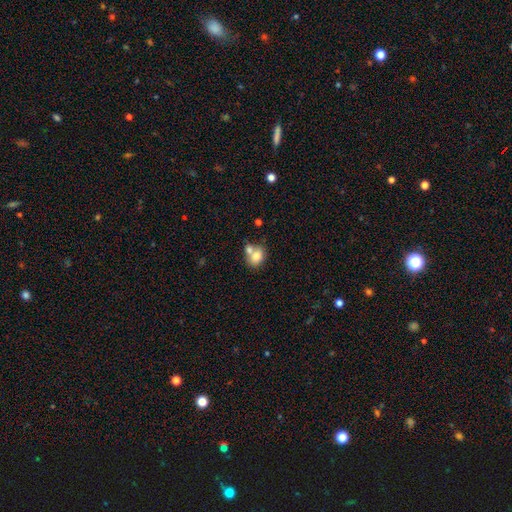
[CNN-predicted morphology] smooth-or-featured: smooth: 76% | featured or disk: 15% | star or artifact: 9%
  how-rounded: in between: 60% | round: 38% | cigar-shaped: 1%
  merging: merger: 47% | none: 39% | minor disturbance: 11% | major disturbance: 4%